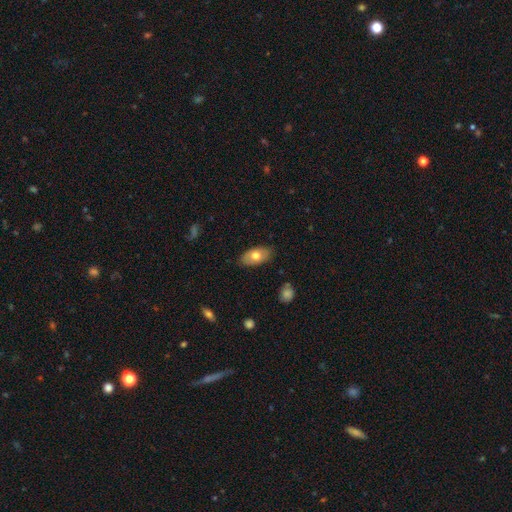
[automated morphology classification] A smooth galaxy with no disk features (70%) that is in between round and cigar-shaped (93%).

Vote fractions:
- Smooth or featured? smooth: 70% / featured or disk: 24% / star or artifact: 6%
- How rounded? in between: 93% / round: 4% / cigar-shaped: 3%
- Merging? none: 85% / minor disturbance: 11% / major disturbance: 2% / merger: 1%